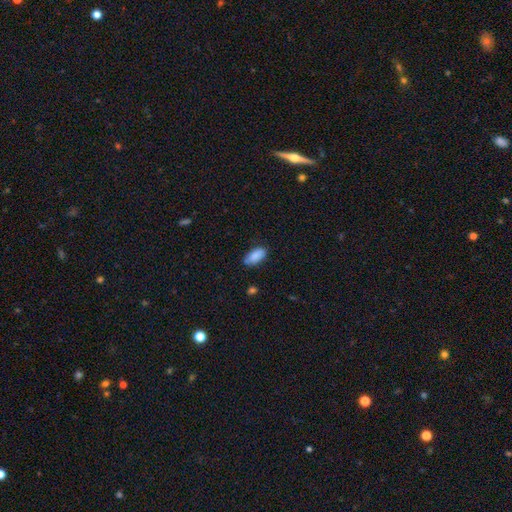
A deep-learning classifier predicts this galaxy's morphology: A smooth galaxy with no disk features (87%) that is in between round and cigar-shaped (92%). Merging: none (76%).